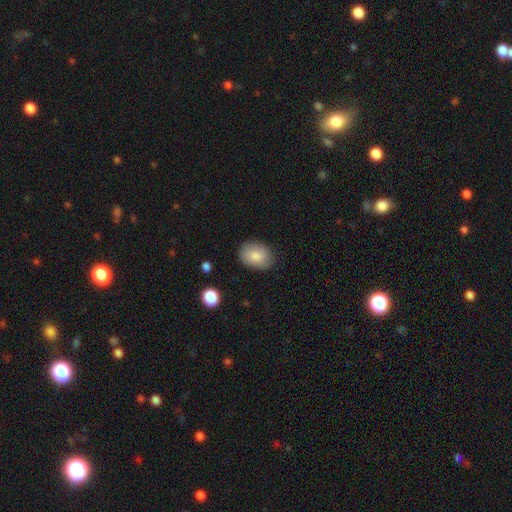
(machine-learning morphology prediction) A smooth galaxy with no disk features (84%) that is in between round and cigar-shaped (74%). Merging: none (82%).